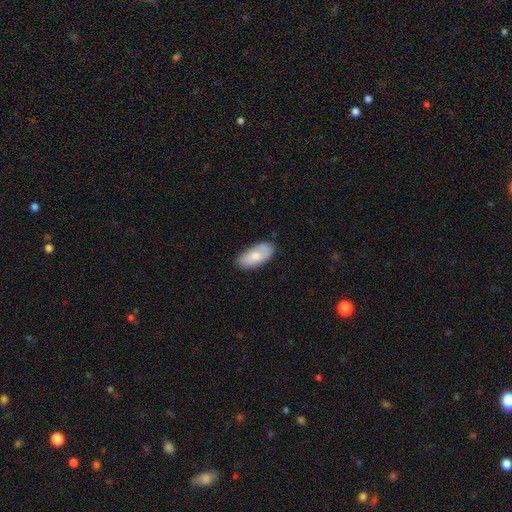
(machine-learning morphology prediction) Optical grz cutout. It shows a smooth galaxy with no disk features (76%) that is in between round and cigar-shaped (92%). Merging: none (72%).